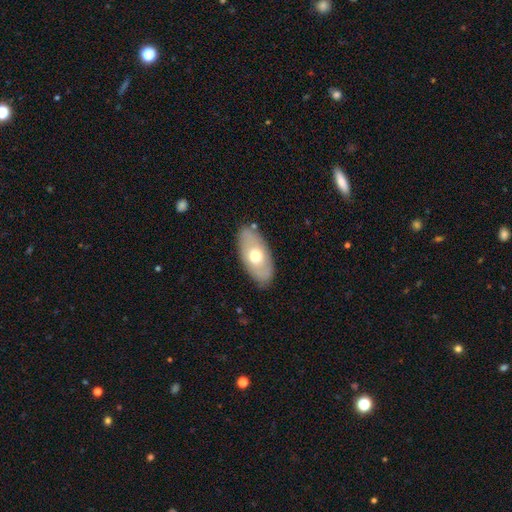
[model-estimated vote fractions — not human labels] Smooth or featured: smooth — 56% (featured or disk — 38%)
How rounded: in between — 91% (cigar-shaped — 5%)
Merging: none — 82% (minor disturbance — 13%)